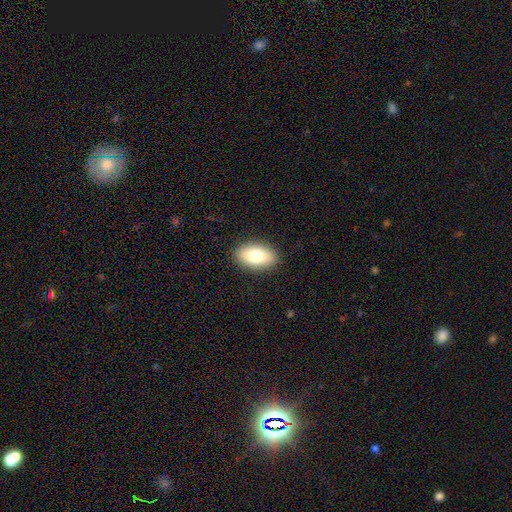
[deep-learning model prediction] Smooth or featured?
  - smooth: 78% *
  - featured or disk: 15%
  - star or artifact: 7%
How rounded?
  - in between: 92% *
  - round: 6%
  - cigar-shaped: 2%
Merging?
  - none: 89% *
  - minor disturbance: 8%
  - major disturbance: 2%
  - merger: 1%